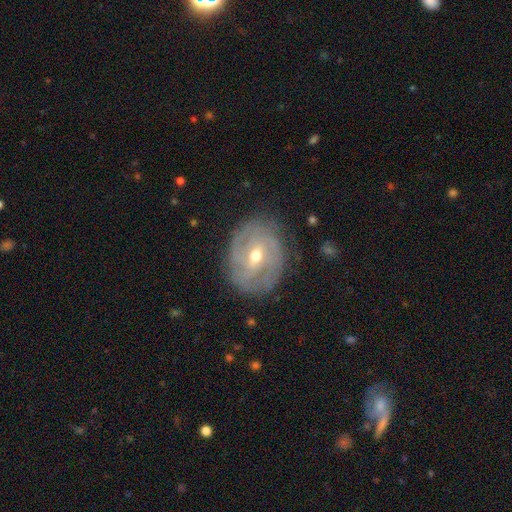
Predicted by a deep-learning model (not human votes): featured or disk 83%, smooth 11%, star or artifact 6%. Down the decision tree: edge-on disk — no (96%); bar — weak (50%); spiral arms — yes (91%); spiral arm count — 2 (32%); spiral winding — tight (64%); bulge size — moderate (62%); merging — none (79%).